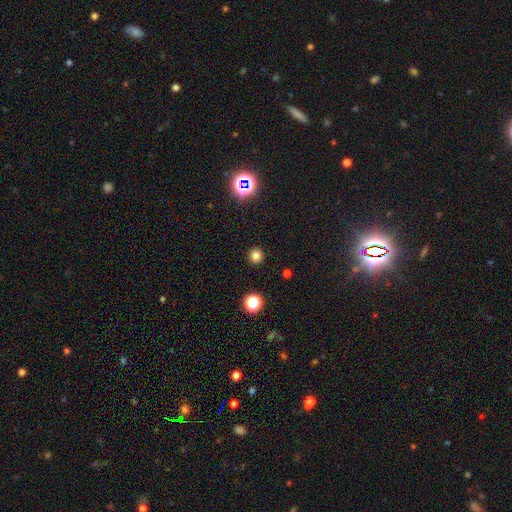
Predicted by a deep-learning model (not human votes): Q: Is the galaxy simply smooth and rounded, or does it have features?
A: smooth — 79%.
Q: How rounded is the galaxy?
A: round — 94%.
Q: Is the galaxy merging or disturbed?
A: none — 92%.